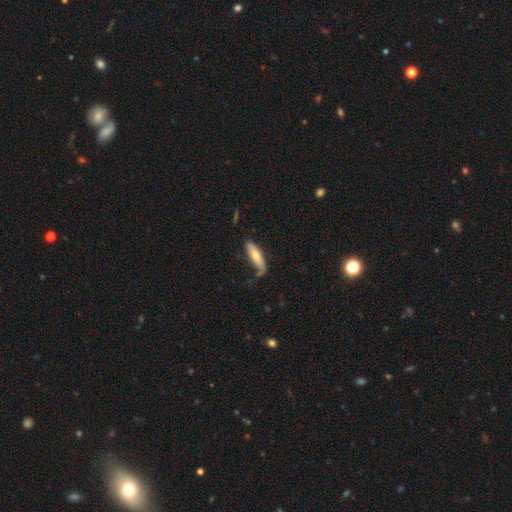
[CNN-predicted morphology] type=smooth (64%); roundness=cigar-shaped (57%); merging=none (56%).